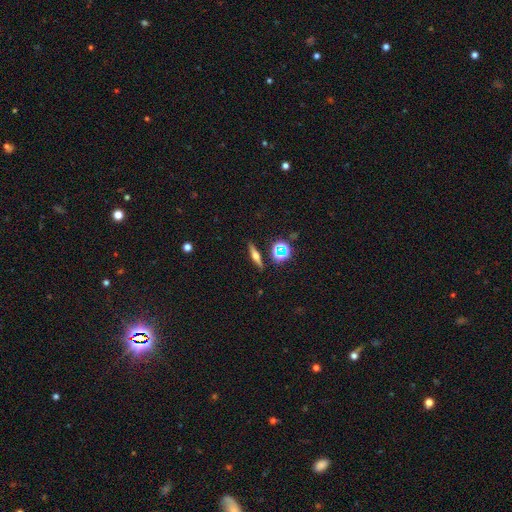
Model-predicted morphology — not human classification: Q: Smooth or featured?
A: featured or disk (53%); runner-up: smooth (34%)
Q: Edge-on disk?
A: yes (93%); runner-up: no (7%)
Q: Merging?
A: none (86%); runner-up: minor disturbance (8%)